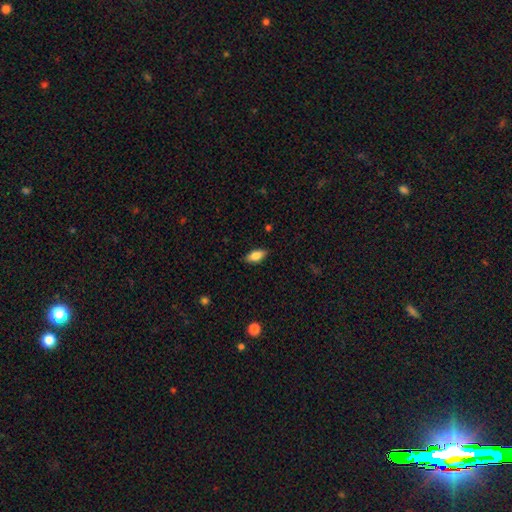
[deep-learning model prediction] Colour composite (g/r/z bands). It shows a smooth galaxy with no disk features (83%) that is in between round and cigar-shaped (88%). Merging: none (86%).